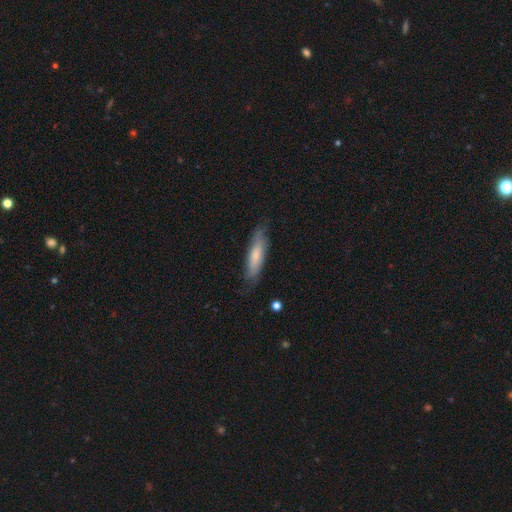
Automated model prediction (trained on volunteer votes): smooth-or-featured: smooth: 65% | featured or disk: 30% | star or artifact: 6%
  how-rounded: cigar-shaped: 69% | in between: 30% | round: 2%
  merging: none: 73% | minor disturbance: 20% | major disturbance: 5% | merger: 1%